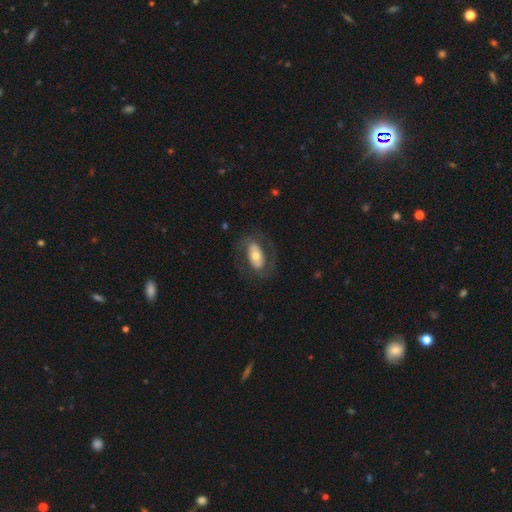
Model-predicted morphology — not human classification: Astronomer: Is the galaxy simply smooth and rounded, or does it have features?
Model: featured or disk — 51% (runner-up: smooth, 42%).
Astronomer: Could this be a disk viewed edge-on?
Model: no — 92%.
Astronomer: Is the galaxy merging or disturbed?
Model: none — 70%.